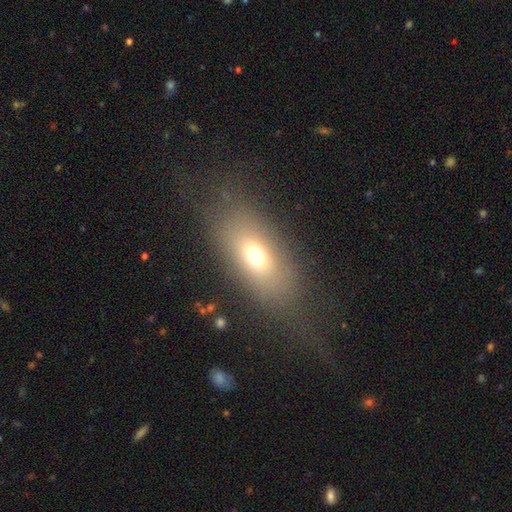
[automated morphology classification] A smooth galaxy with no disk features (66%) that is in between round and cigar-shaped (80%). Merging: none (74%).